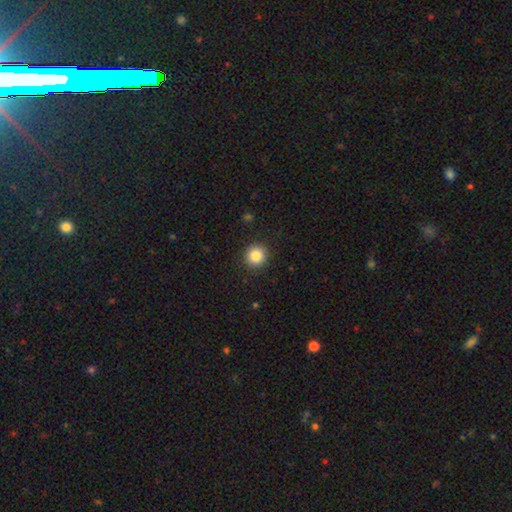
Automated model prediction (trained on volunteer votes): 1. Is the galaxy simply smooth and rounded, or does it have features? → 86% smooth, 10% star or artifact, 5% featured or disk.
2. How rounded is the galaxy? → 92% round, 7% in between, 1% cigar-shaped.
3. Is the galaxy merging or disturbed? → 91% none, 6% minor disturbance, 2% major disturbance, 1% merger.